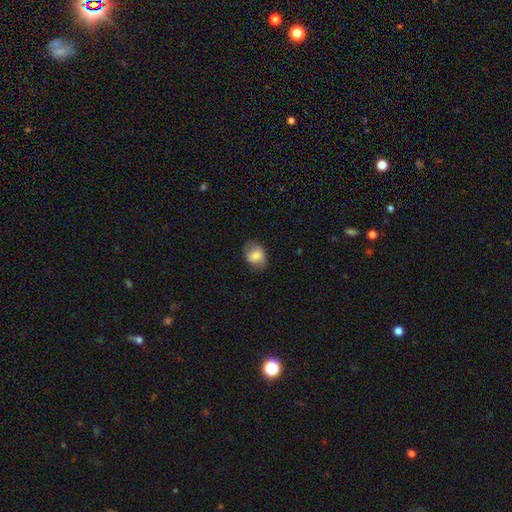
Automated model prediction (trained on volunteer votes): smooth 77%, featured or disk 15%, star or artifact 8%. Down the decision tree: how rounded — in between (66%); merging — none (72%).